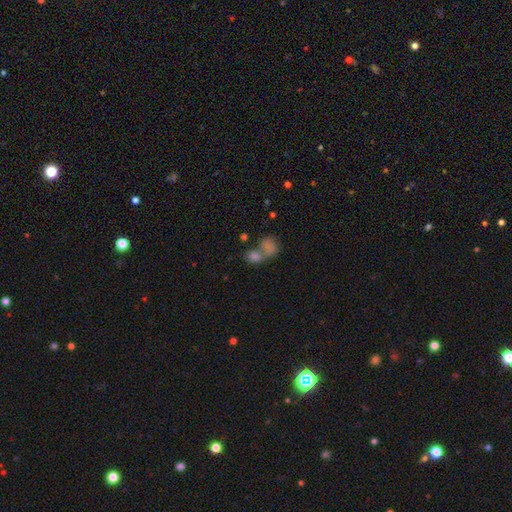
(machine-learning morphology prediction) The model was most divided on "how rounded": round: 52%, in between: 44%, cigar-shaped: 4%. Remaining: smooth or featured — smooth (60%); merging — merger (50%).